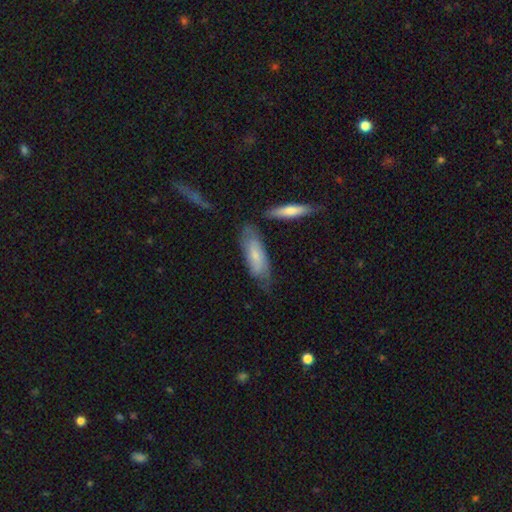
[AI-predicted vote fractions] Overall: smooth (57%; featured or disk 37%). How rounded: in between (57%; cigar-shaped 42%). Merging: none (63%; minor disturbance 24%).